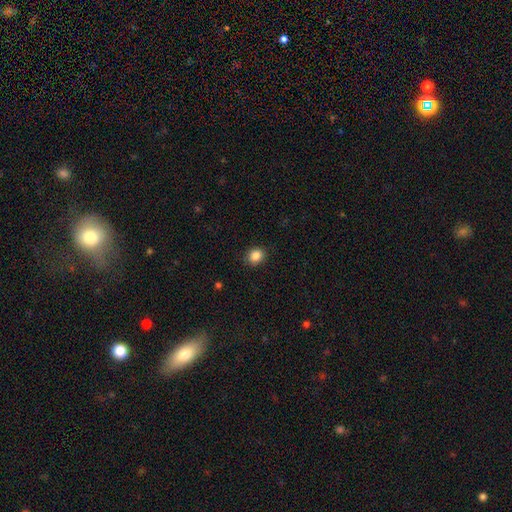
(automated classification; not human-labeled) smooth-or-featured: smooth: 85% | star or artifact: 10% | featured or disk: 4%
  how-rounded: round: 69% | in between: 30% | cigar-shaped: 1%
  merging: none: 89% | minor disturbance: 8% | major disturbance: 2% | merger: 1%